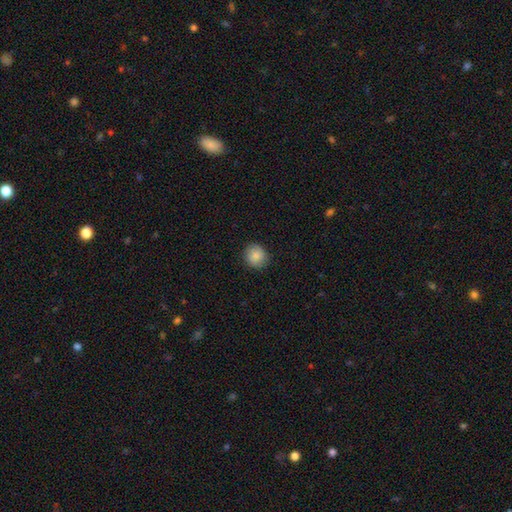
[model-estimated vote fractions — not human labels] Smooth or featured? smooth (86%)
How rounded? round (88%)
Merging? none (88%)